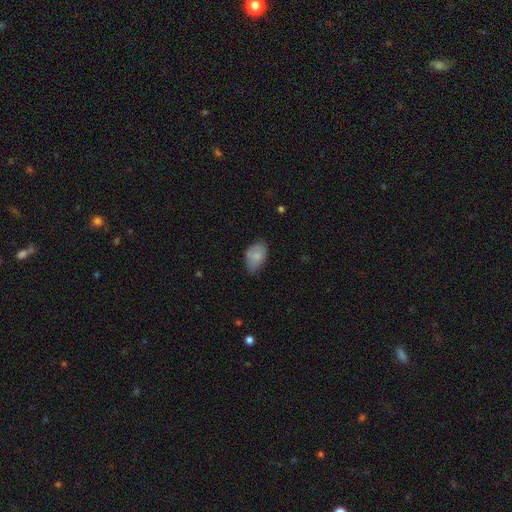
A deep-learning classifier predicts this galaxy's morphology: Smooth or featured? Predicted: smooth (p=0.77). How rounded? Predicted: in between (p=0.90). Merging? Predicted: none (p=0.54).